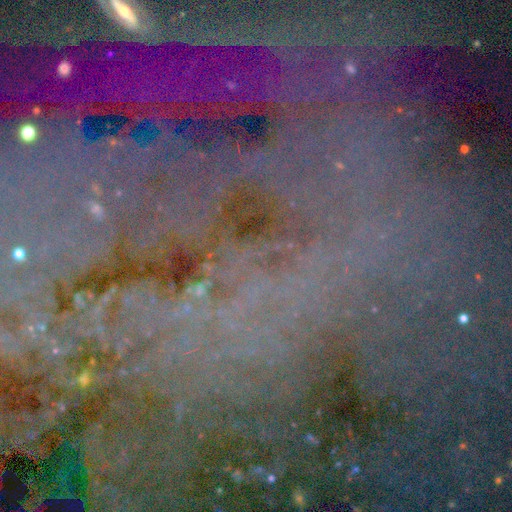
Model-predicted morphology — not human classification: A star or artifact, not a galaxy (81%).